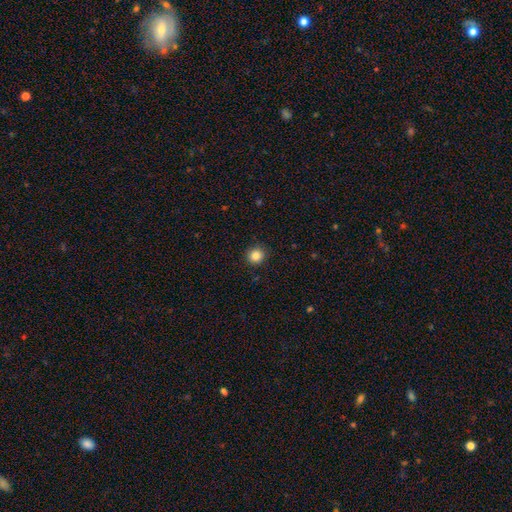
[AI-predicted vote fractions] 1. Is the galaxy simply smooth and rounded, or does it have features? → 85% smooth, 11% star or artifact, 4% featured or disk.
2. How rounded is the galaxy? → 93% round, 6% in between, 1% cigar-shaped.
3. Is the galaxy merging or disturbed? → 90% none, 7% minor disturbance, 2% major disturbance, 1% merger.